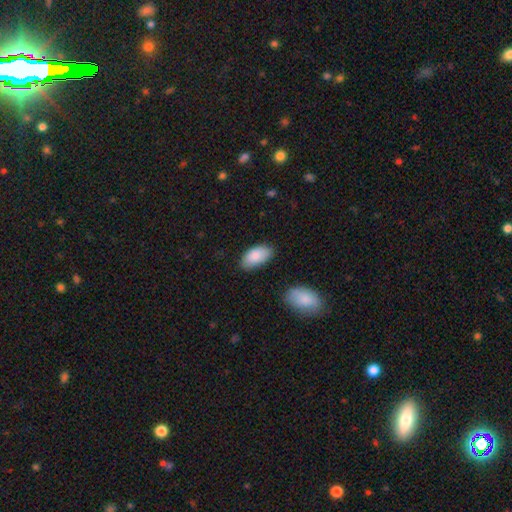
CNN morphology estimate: Smooth or featured? smooth (87%)
How rounded? in between (95%)
Merging? none (78%)